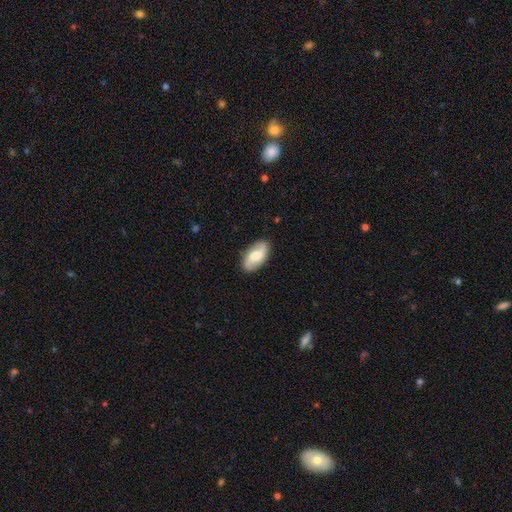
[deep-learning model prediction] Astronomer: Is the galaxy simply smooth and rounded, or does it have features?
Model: featured or disk — 62%.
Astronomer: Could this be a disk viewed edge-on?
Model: no — 95%.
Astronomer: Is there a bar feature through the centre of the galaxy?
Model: weak — 44% (runner-up: no, 42%).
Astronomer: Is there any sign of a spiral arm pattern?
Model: yes — 91%.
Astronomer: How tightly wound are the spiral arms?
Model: loose — 59%.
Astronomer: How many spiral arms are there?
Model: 2 — 91%.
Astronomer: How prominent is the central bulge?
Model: moderate — 54%.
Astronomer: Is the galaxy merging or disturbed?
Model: none — 86%.